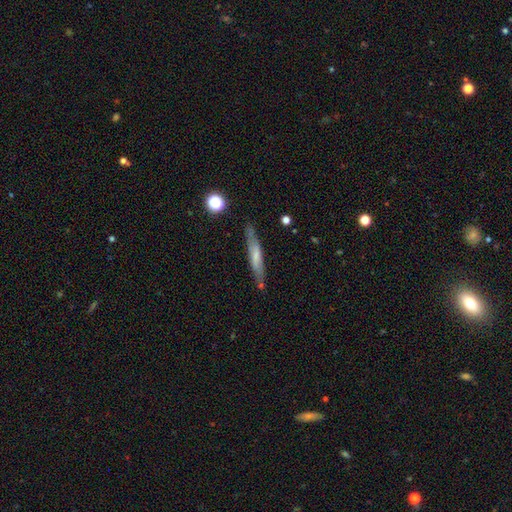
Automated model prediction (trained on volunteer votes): Smooth or featured? Predicted: smooth (p=0.50). How rounded? Predicted: cigar-shaped (p=0.90). Merging? Predicted: none (p=0.79).